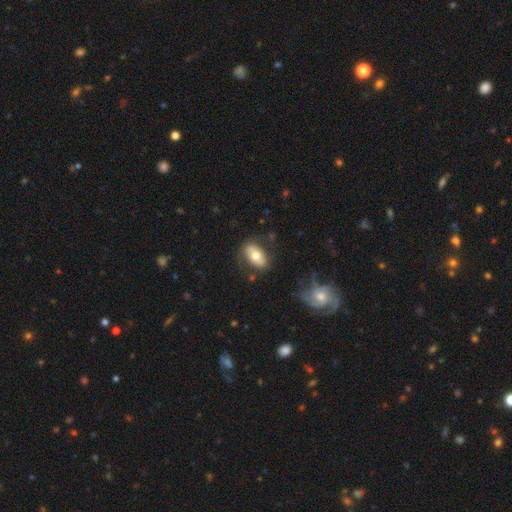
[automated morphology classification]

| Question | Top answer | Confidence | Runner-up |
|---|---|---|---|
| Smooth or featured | smooth | 60% | featured or disk (34%) |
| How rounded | in between | 87% | round (10%) |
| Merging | none | 72% | minor disturbance (18%) |